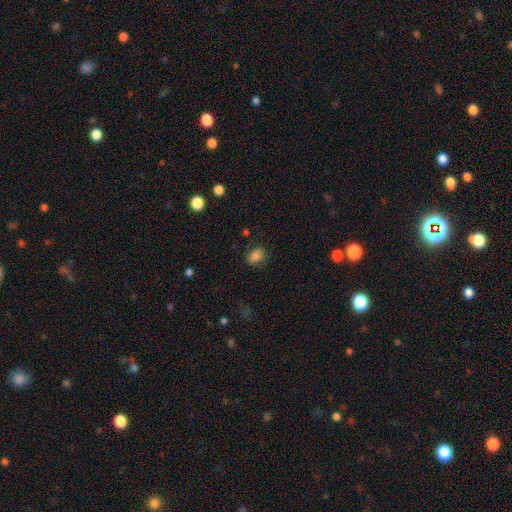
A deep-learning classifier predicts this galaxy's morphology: Smooth or featured? smooth (80%)
How rounded? in between (69%)
Merging? none (77%)